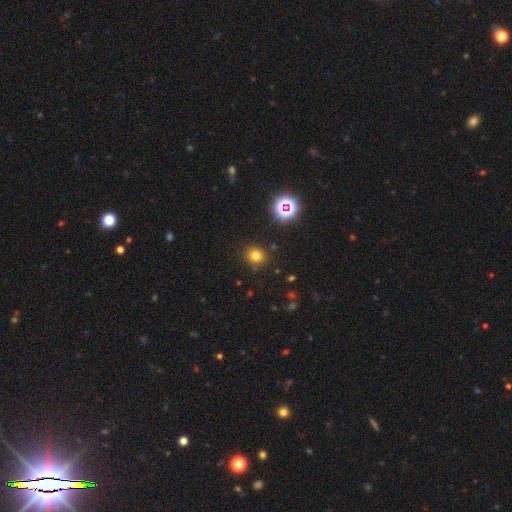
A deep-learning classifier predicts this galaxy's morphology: smooth_or_featured: smooth (p=0.74) [alt: star or artifact p=0.19]
how_rounded: round (p=0.85) [alt: in between p=0.14]
merging: none (p=0.87) [alt: minor disturbance p=0.08]